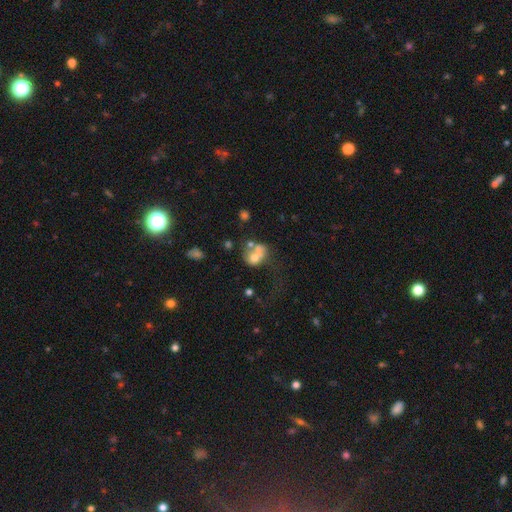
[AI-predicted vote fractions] smooth-or-featured: smooth: 58% | featured or disk: 28% | star or artifact: 14%
  how-rounded: round: 55% | in between: 44% | cigar-shaped: 1%
  merging: merger: 44% | none: 23% | major disturbance: 20% | minor disturbance: 13%